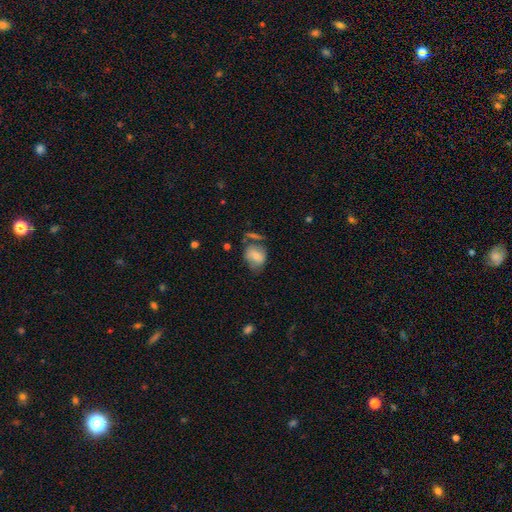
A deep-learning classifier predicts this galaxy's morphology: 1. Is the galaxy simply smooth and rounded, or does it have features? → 67% smooth, 25% featured or disk, 8% star or artifact.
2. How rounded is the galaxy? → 61% in between, 38% round, 1% cigar-shaped.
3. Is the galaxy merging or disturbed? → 44% none, 27% minor disturbance, 15% major disturbance, 14% merger.